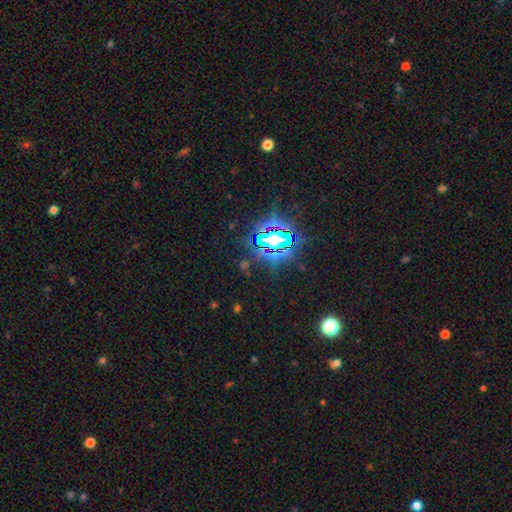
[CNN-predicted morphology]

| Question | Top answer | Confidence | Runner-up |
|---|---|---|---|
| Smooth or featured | star or artifact | 82% | smooth (10%) |